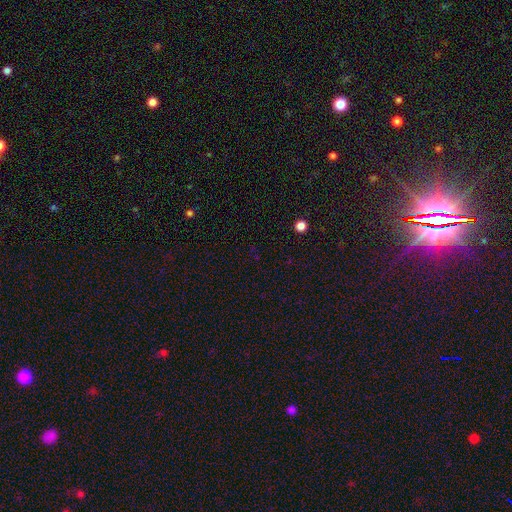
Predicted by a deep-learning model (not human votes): star or artifact 65%, smooth 28%, featured or disk 7%.